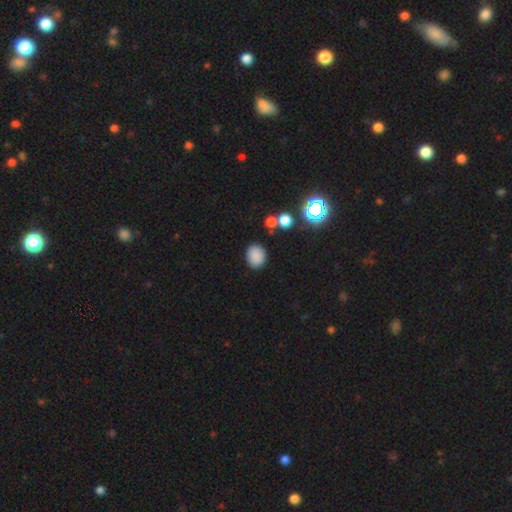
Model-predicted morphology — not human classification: This appears to be a smooth galaxy with no disk features (84%) that is round (53%). Merging: none (85%).